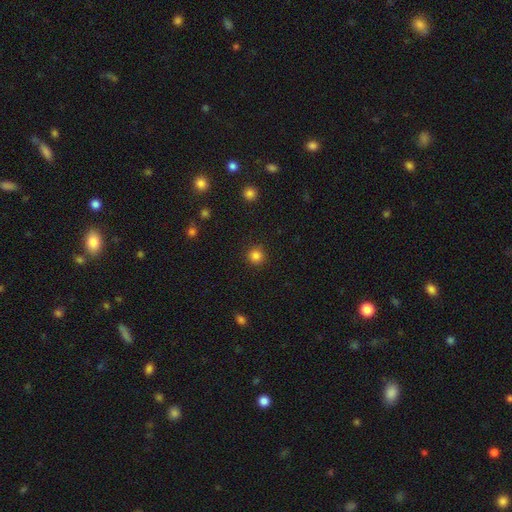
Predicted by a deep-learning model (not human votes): Overall: smooth (84%). How rounded: round (94%). Merging: none (91%).